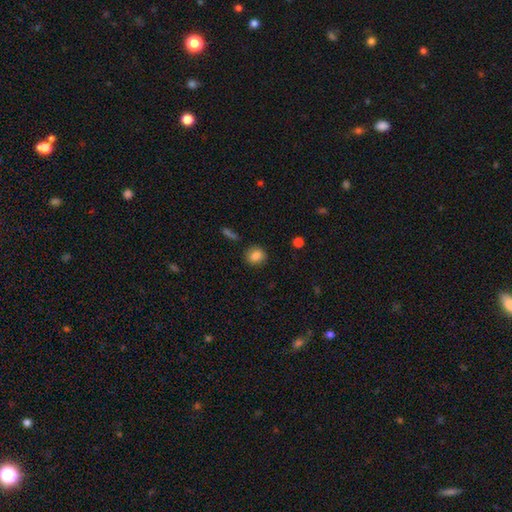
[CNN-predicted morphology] type=smooth (85%); roundness=round (66%); merging=none (83%).